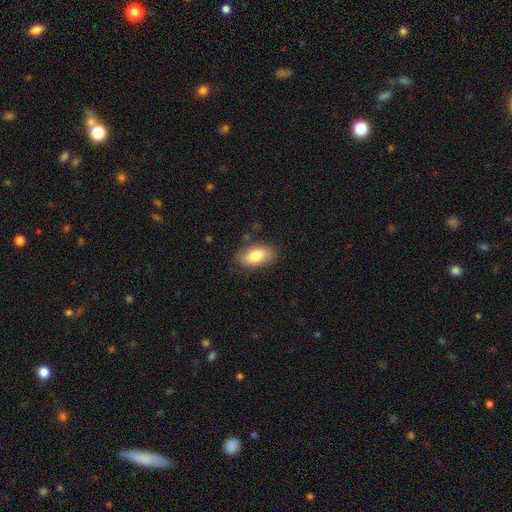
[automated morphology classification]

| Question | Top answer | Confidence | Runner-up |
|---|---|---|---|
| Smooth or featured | smooth | 81% | featured or disk (12%) |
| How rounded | in between | 93% | round (4%) |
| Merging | none | 83% | minor disturbance (13%) |